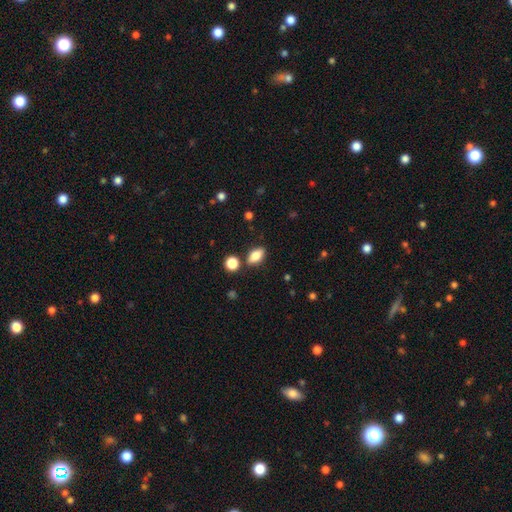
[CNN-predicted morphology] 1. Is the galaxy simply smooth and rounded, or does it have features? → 82% smooth, 9% featured or disk, 8% star or artifact.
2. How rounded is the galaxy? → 86% in between, 8% round, 6% cigar-shaped.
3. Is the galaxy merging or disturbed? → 82% none, 10% minor disturbance, 5% merger, 2% major disturbance.